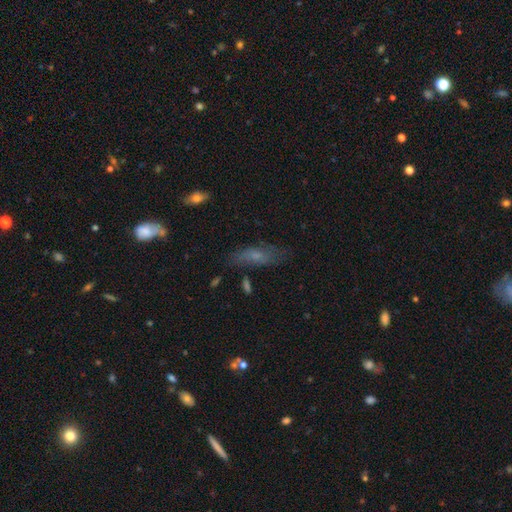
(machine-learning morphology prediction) Smooth or featured? Predicted: smooth (p=0.52). How rounded? Predicted: in between (p=0.59). Merging? Predicted: none (p=0.65).